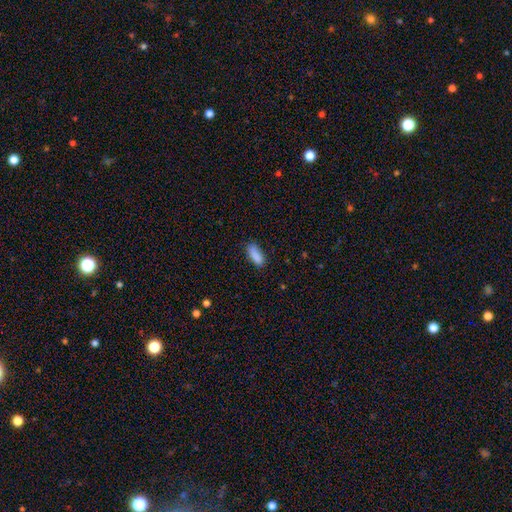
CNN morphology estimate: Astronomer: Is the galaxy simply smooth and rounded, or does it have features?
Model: smooth — 88%.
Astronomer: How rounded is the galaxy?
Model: in between — 78%.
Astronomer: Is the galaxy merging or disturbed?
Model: none — 79%.